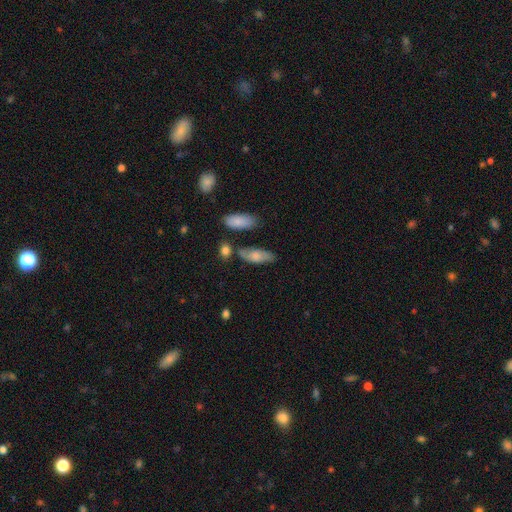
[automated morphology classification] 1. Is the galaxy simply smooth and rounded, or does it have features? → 66% smooth, 28% featured or disk, 7% star or artifact.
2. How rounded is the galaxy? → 78% in between, 19% cigar-shaped, 3% round.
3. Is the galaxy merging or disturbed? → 64% none, 21% minor disturbance, 8% merger, 6% major disturbance.